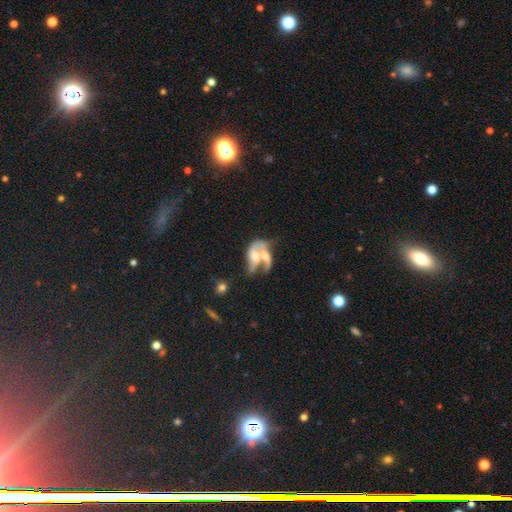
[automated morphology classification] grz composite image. It shows a featured or disk galaxy (61%) with no bar (66%), spiral arms (63%) and a moderate central bulge (52%). Merging: merger (69%).